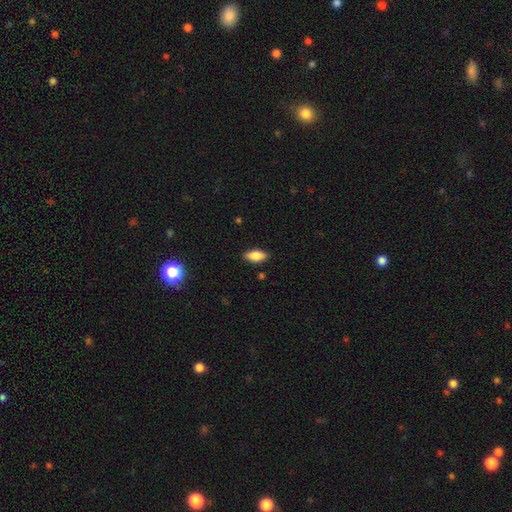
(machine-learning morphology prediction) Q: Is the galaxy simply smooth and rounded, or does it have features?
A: smooth — 82%.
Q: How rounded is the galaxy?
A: in between — 86%.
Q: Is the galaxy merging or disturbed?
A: none — 87%.